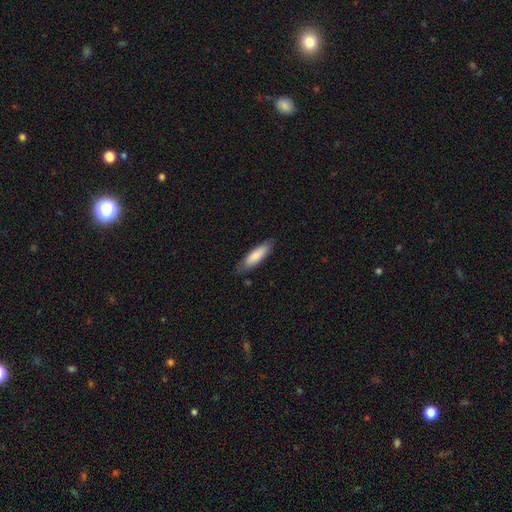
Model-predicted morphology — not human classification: Overall: smooth (81%). How rounded: cigar-shaped (52%; in between 47%). Merging: none (80%).